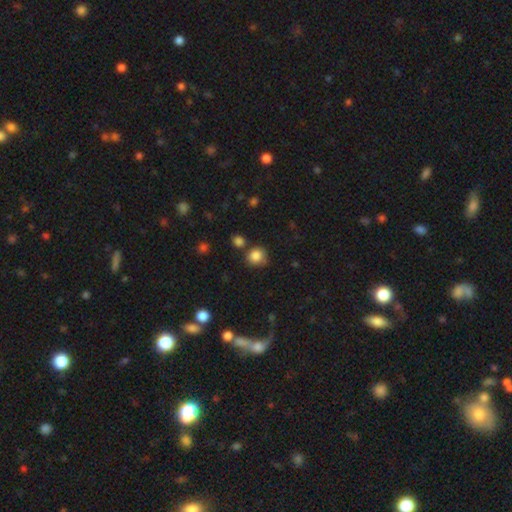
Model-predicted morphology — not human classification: A smooth galaxy with no disk features (84%) that is round (87%). Merging: none (70%).